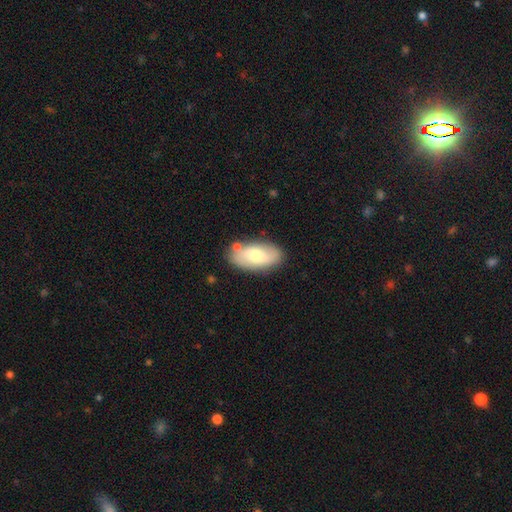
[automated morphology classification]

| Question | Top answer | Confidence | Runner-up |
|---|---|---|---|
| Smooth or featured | smooth | 62% | featured or disk (32%) |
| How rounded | in between | 93% | cigar-shaped (4%) |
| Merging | none | 77% | minor disturbance (14%) |